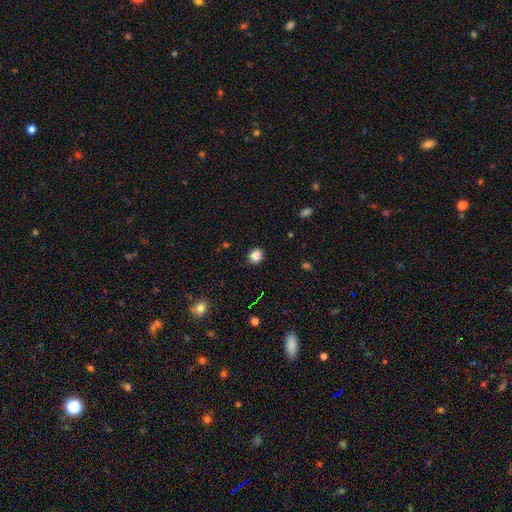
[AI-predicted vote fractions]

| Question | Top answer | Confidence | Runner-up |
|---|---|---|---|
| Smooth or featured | smooth | 84% | star or artifact (11%) |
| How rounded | round | 76% | in between (23%) |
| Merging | none | 89% | minor disturbance (7%) |